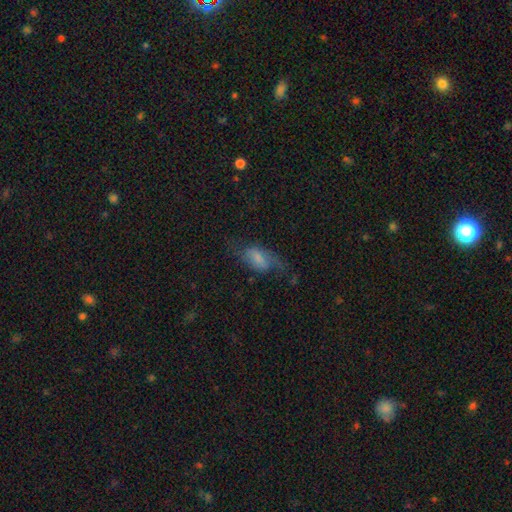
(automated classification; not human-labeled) Smooth or featured? featured or disk (47%)
Merging? none (53%)